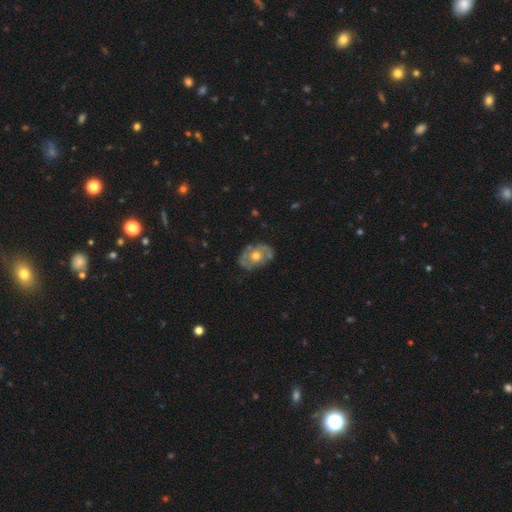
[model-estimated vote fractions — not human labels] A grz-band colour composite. It shows a featured or disk galaxy (62%) with no bar (86%), no spiral arms (61%) and a moderate central bulge (73%). Merging: none (68%).